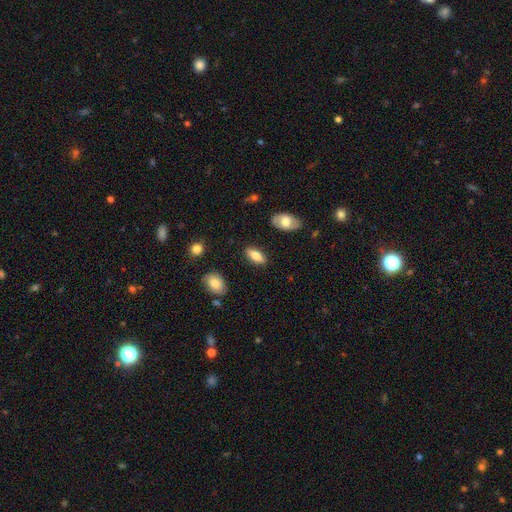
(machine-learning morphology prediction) The model was most divided on "smooth or featured": smooth: 77%, featured or disk: 17%, star or artifact: 7%. More confident: merging — none (87%); how rounded — in between (79%).